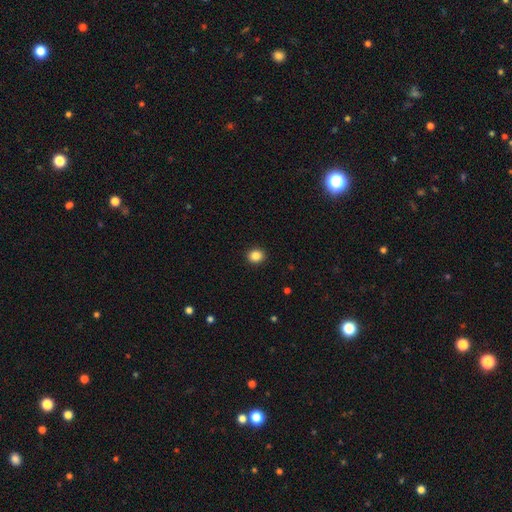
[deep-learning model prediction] This is clearly a smooth galaxy (86%). How rounded: likely round (78%). Merging: clearly none (92%).